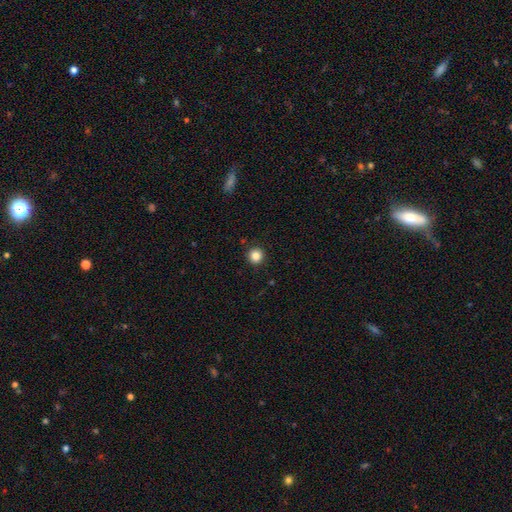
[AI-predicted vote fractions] Morphology: type=smooth (85%); roundness=round (94%); merging=none (92%).